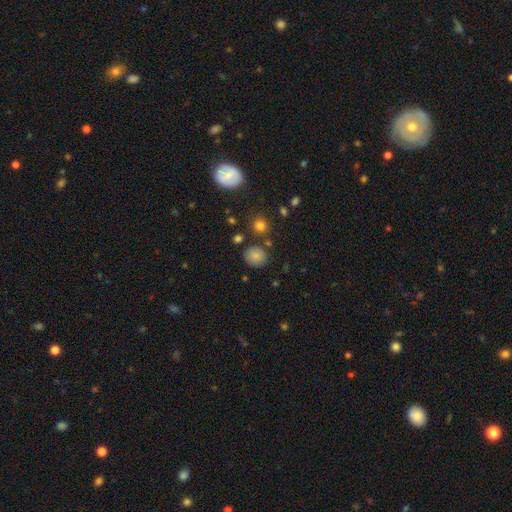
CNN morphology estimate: A smooth galaxy with no disk features (80%) that is round (79%). Merging: none (80%).